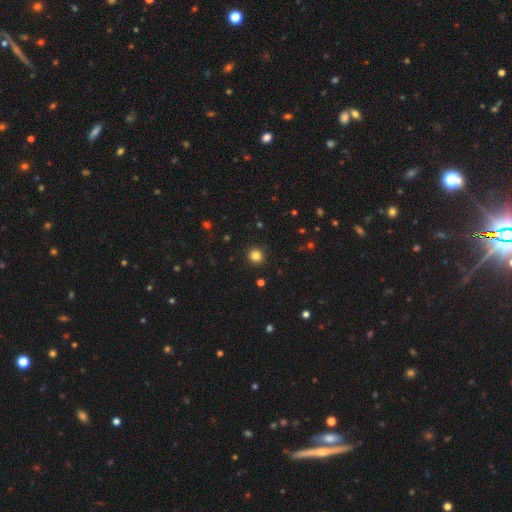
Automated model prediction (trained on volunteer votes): Overall: smooth (83%). How rounded: round (90%). Merging: none (92%).